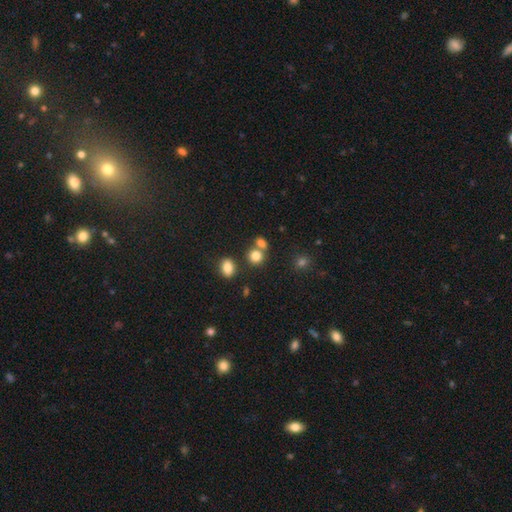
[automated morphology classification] Q: Smooth or featured?
A: smooth (80%); runner-up: star or artifact (13%)
Q: How rounded?
A: round (79%); runner-up: in between (20%)
Q: Merging?
A: none (56%); runner-up: merger (32%)